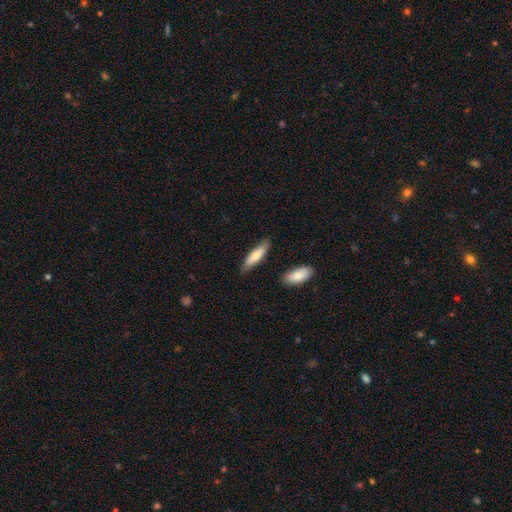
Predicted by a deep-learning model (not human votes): This is likely a smooth galaxy (76%). How rounded: likely cigar-shaped (65%). Merging: clearly none (81%).